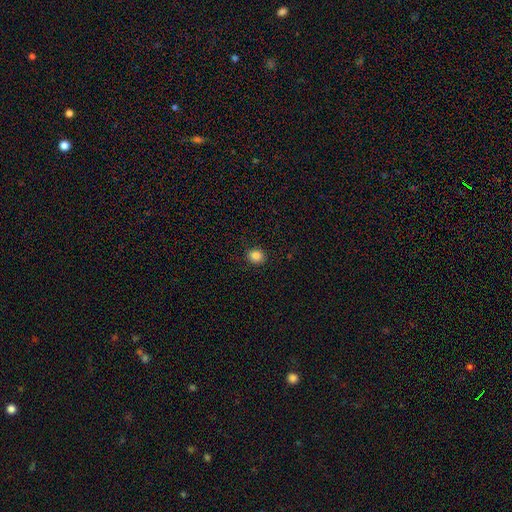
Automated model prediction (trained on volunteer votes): This appears to be a smooth galaxy with no disk features (85%) that is round (77%). Merging: none (90%).